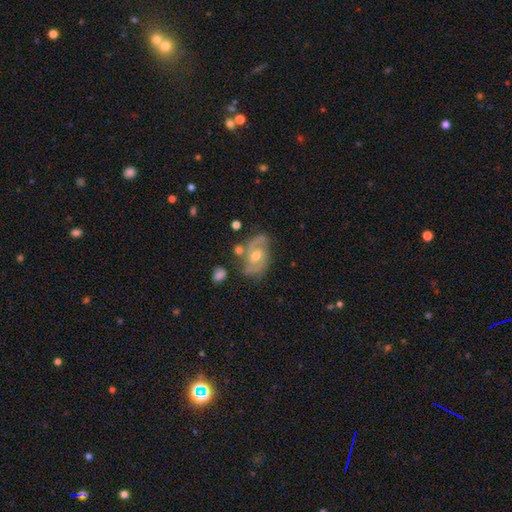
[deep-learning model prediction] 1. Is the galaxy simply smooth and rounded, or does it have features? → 82% featured or disk, 12% smooth, 7% star or artifact.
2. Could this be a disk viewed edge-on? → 96% no, 4% yes.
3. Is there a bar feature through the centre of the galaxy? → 59% no, 33% weak, 8% strong.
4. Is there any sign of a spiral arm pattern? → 92% yes, 8% no.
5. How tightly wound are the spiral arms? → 48% medium, 34% tight, 17% loose.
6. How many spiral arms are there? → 78% 2, 10% can't tell, 5% 3, 4% 1, 2% 4, 2% more than 4.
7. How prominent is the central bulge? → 67% moderate, 28% small, 3% large, 1% none, 1% dominant.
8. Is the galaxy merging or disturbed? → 65% none, 20% minor disturbance, 8% major disturbance, 7% merger.